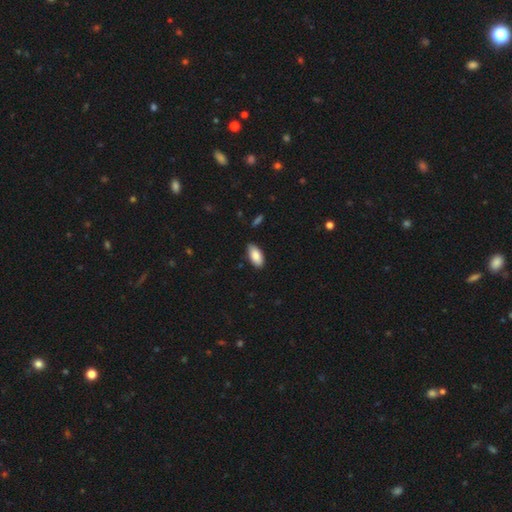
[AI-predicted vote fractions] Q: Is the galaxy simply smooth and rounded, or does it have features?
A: smooth — 86%.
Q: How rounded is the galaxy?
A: in between — 92%.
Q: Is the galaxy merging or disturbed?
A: none — 84%.